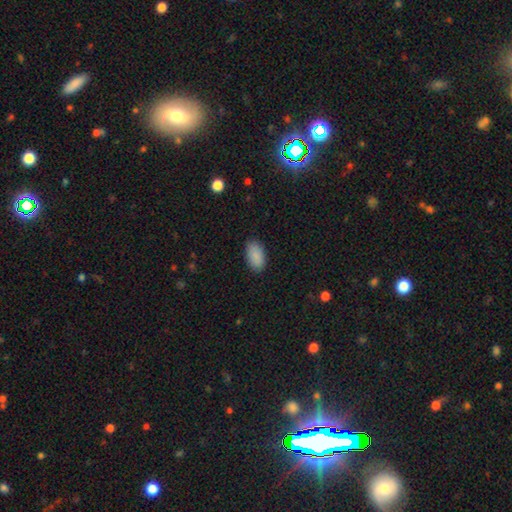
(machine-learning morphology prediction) Smooth or featured?
  - smooth: 90% *
  - star or artifact: 7%
  - featured or disk: 4%
How rounded?
  - in between: 94% *
  - round: 3%
  - cigar-shaped: 2%
Merging?
  - none: 88% *
  - minor disturbance: 9%
  - major disturbance: 2%
  - merger: 1%